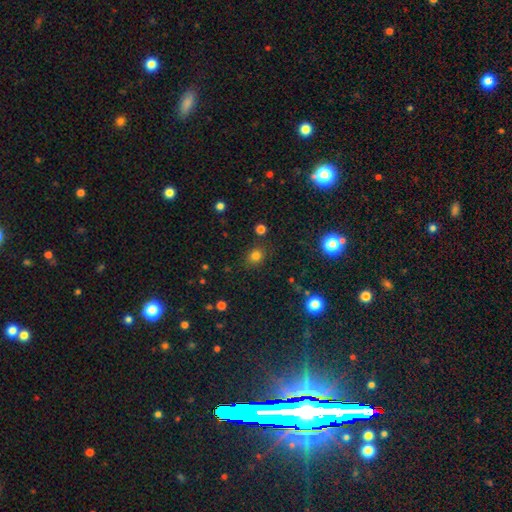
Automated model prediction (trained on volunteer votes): smooth 78%, star or artifact 17%, featured or disk 5%. Down the decision tree: how rounded — round (70%); merging — none (85%).